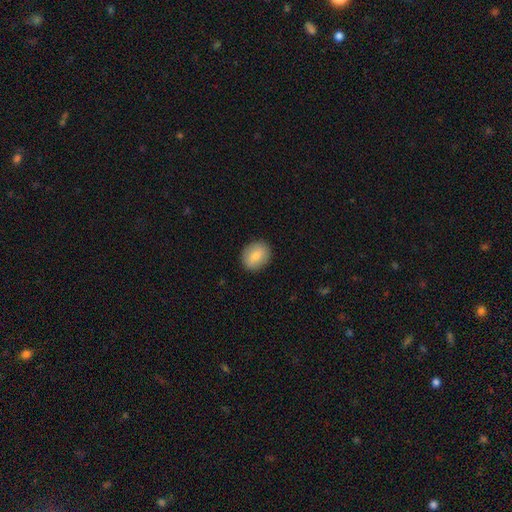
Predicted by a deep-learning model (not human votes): smooth-or-featured: smooth: 80% | featured or disk: 12% | star or artifact: 7%
  how-rounded: round: 50% | in between: 49% | cigar-shaped: 1%
  merging: none: 89% | minor disturbance: 8% | major disturbance: 2% | merger: 1%